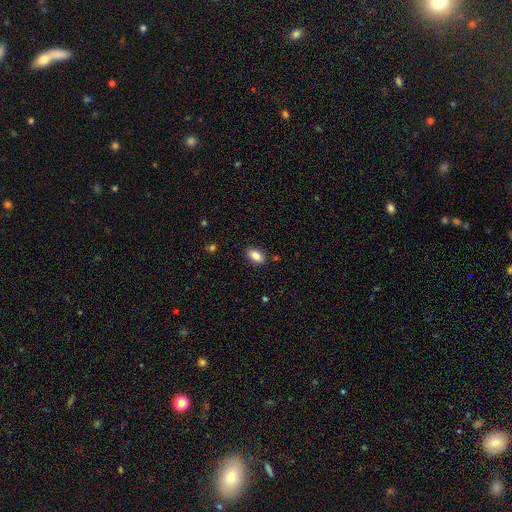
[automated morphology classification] smooth 85%, star or artifact 8%, featured or disk 7%. Down the decision tree: how rounded — in between (91%); merging — none (87%).